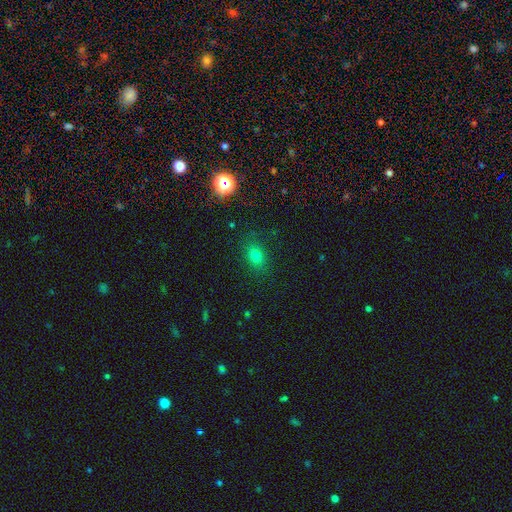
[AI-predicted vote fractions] Smooth or featured: smooth — 74% (star or artifact — 17%)
How rounded: in between — 65% (round — 33%)
Merging: none — 84% (minor disturbance — 11%)